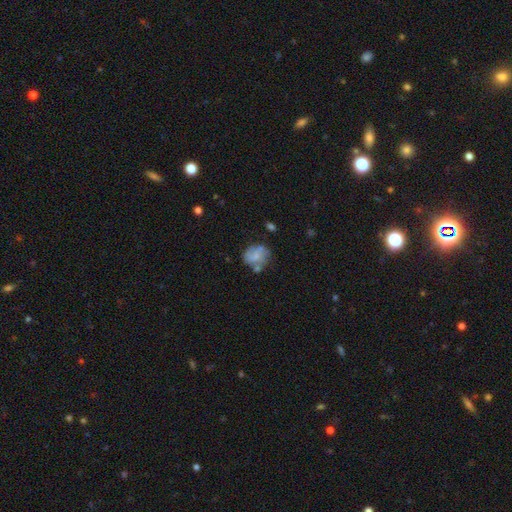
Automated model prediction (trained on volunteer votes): This is possibly a smooth galaxy (57%). How rounded: possibly round (56%). Merging: possibly none (48%).